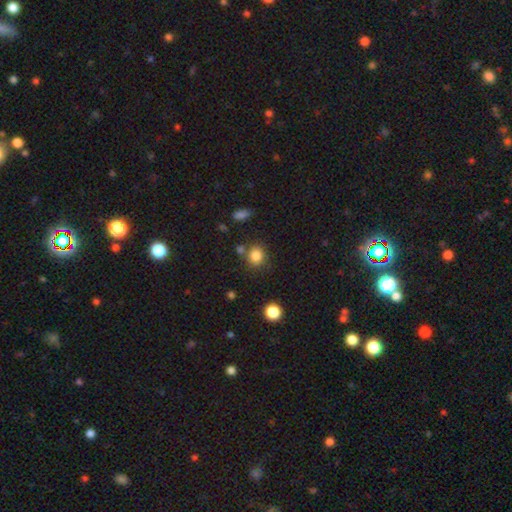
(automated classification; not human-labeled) Smooth or featured? smooth (84%)
How rounded? round (77%)
Merging? none (76%)